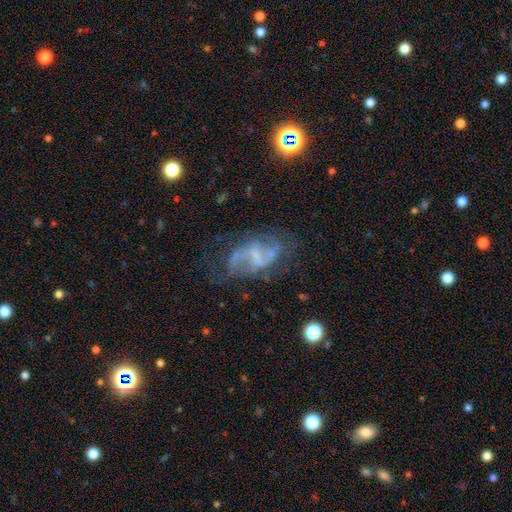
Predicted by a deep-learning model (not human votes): Morphology: type=featured or disk (73%); edge-on=no (96%); bar=weak (47%); spiral arms=yes (75%); winding=loose (52%); arm count=2 (70%); bulge=none (42%); merging=none (53%).